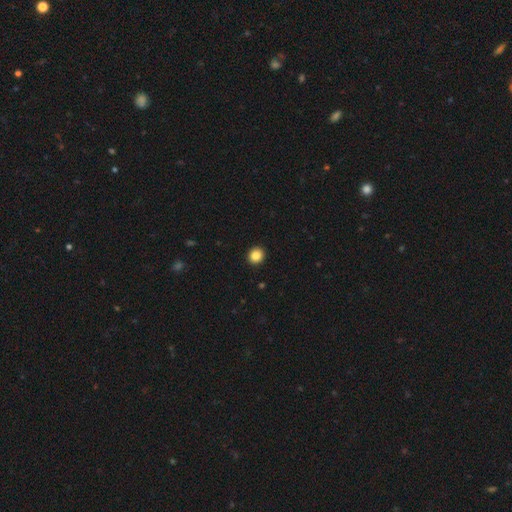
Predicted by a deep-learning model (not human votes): This is clearly a smooth galaxy (85%). How rounded: clearly round (88%). Merging: clearly none (94%).